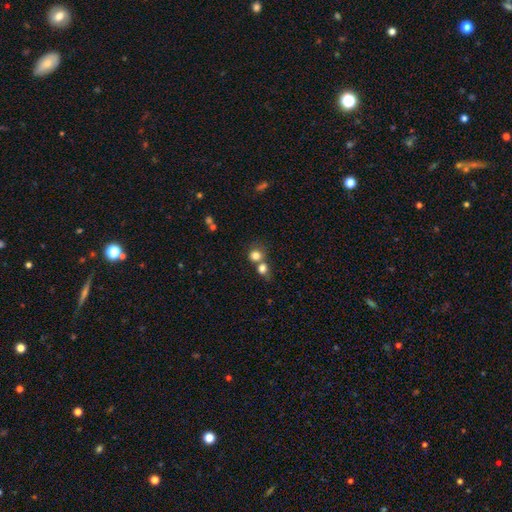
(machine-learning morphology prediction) The model was most divided on "merging": none: 44%, merger: 43%, minor disturbance: 8%, major disturbance: 4%. More confident: how rounded — round (81%); smooth or featured — smooth (78%).